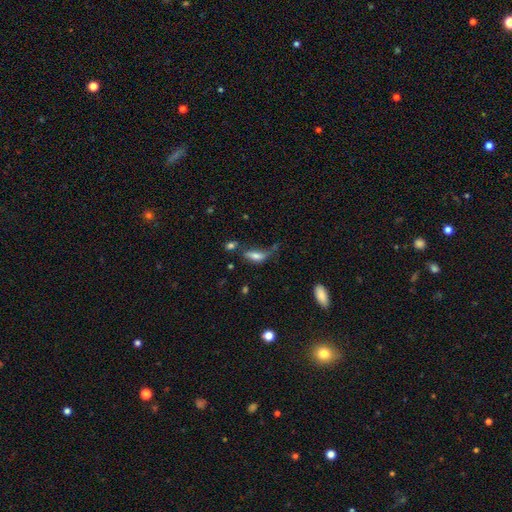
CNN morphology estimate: The model was most divided on "merging": none: 36%, minor disturbance: 28%, major disturbance: 25%, merger: 12%. More confident: how rounded — in between (71%); smooth or featured — smooth (69%).